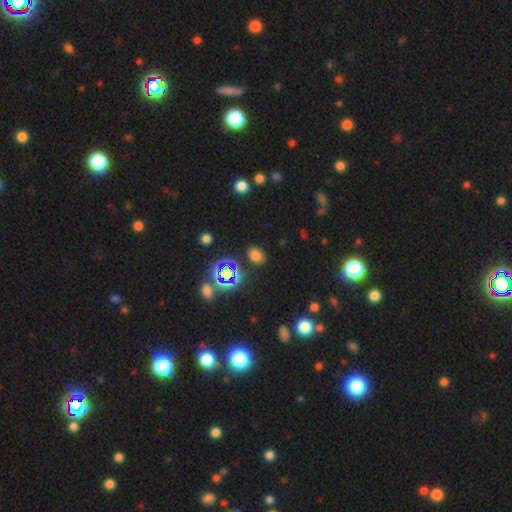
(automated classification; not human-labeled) Smooth or featured?
  - smooth: 67% *
  - star or artifact: 27%
  - featured or disk: 6%
How rounded?
  - in between: 70% *
  - round: 29%
  - cigar-shaped: 1%
Merging?
  - none: 83% *
  - minor disturbance: 10%
  - major disturbance: 4%
  - merger: 3%